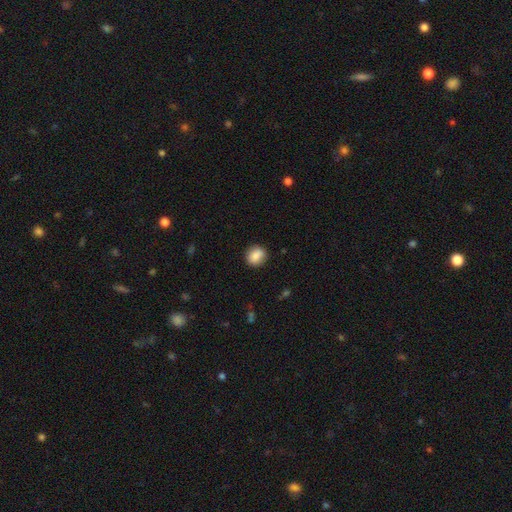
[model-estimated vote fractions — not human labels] smooth-or-featured: smooth: 86% | star or artifact: 8% | featured or disk: 6%
  how-rounded: round: 72% | in between: 27% | cigar-shaped: 1%
  merging: none: 86% | minor disturbance: 10% | major disturbance: 2% | merger: 1%